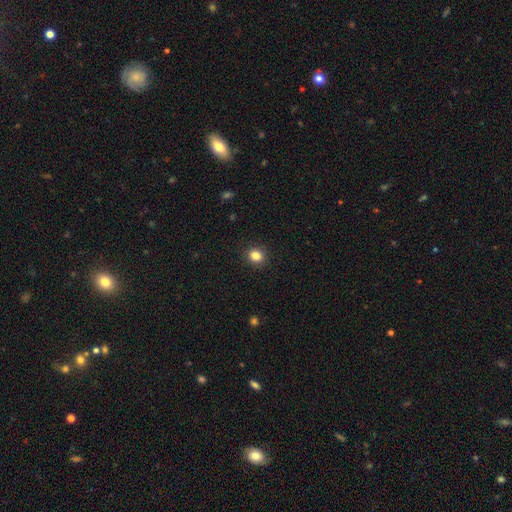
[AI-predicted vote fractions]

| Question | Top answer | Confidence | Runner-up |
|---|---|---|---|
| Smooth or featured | smooth | 84% | star or artifact (11%) |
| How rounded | round | 79% | in between (20%) |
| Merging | none | 91% | minor disturbance (6%) |